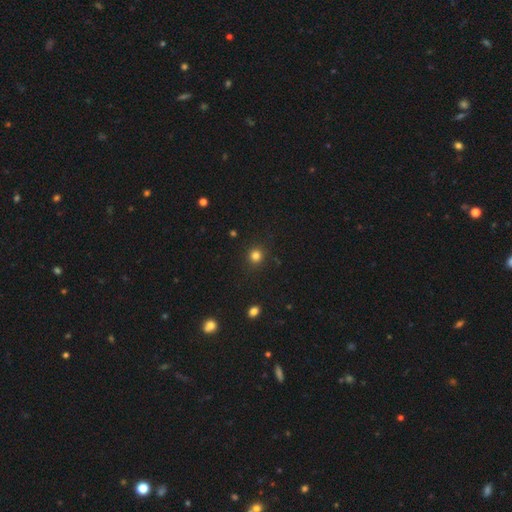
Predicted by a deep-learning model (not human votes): smooth 82%, star or artifact 14%, featured or disk 4%. Down the decision tree: how rounded — round (91%); merging — none (89%).